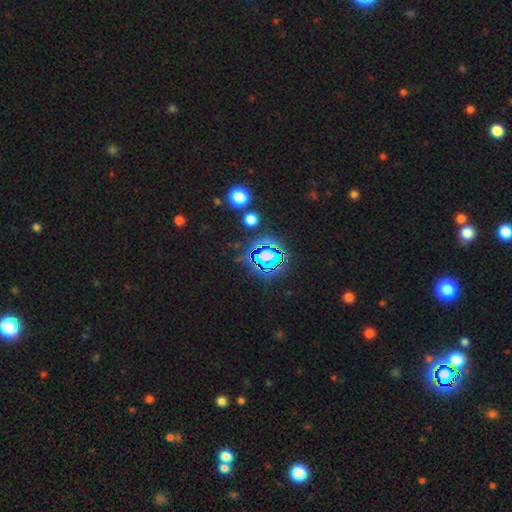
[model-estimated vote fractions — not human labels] smooth-or-featured: star or artifact: 79% | smooth: 14% | featured or disk: 7%